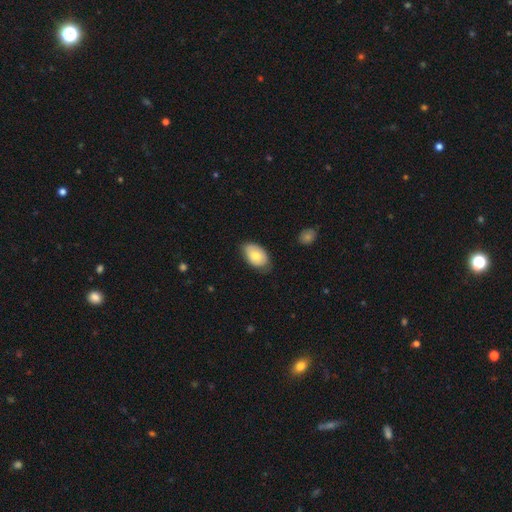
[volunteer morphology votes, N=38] smooth 82%, featured or disk 16%, star or artifact 3%. Down the decision tree: how rounded — in between (90%); merging — none (51%).